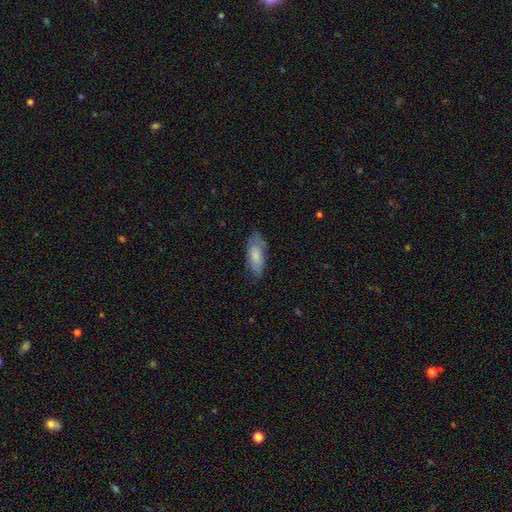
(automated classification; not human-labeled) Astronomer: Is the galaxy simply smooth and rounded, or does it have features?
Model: smooth — 78%.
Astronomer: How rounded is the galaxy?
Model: in between — 75%.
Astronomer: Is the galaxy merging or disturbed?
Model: none — 70%.